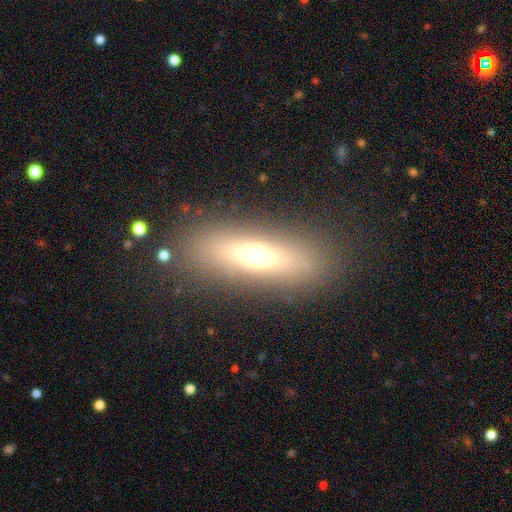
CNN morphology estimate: smooth 56%, featured or disk 32%, star or artifact 13%. Down the decision tree: how rounded — cigar-shaped (49%); merging — none (84%).